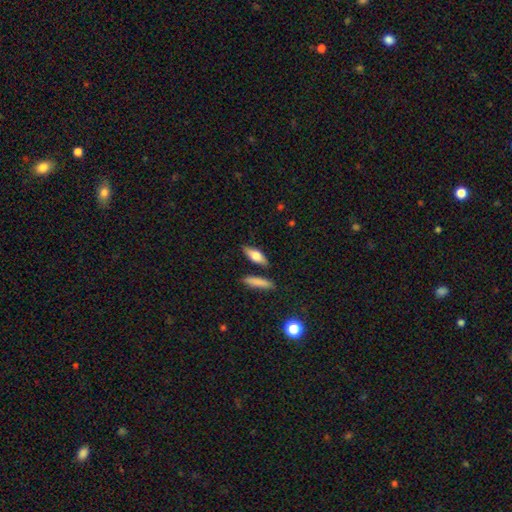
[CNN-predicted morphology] A smooth galaxy with no disk features (69%) that is in between round and cigar-shaped (56%).

Vote fractions:
- Smooth or featured? smooth: 69% / featured or disk: 25% / star or artifact: 6%
- How rounded? in between: 56% / cigar-shaped: 40% / round: 4%
- Merging? none: 81% / minor disturbance: 11% / merger: 6% / major disturbance: 3%